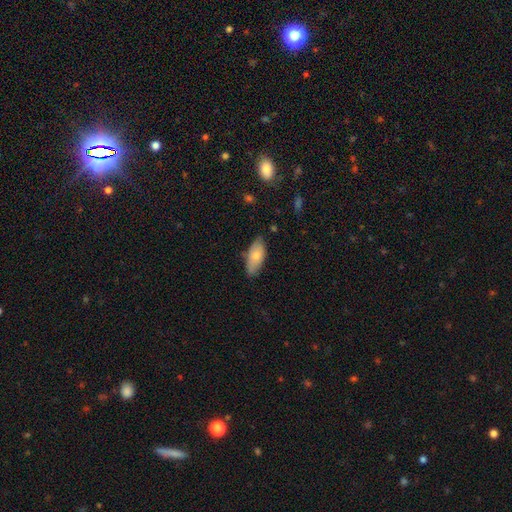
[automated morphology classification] type=smooth (72%); roundness=in between (88%); merging=none (72%).